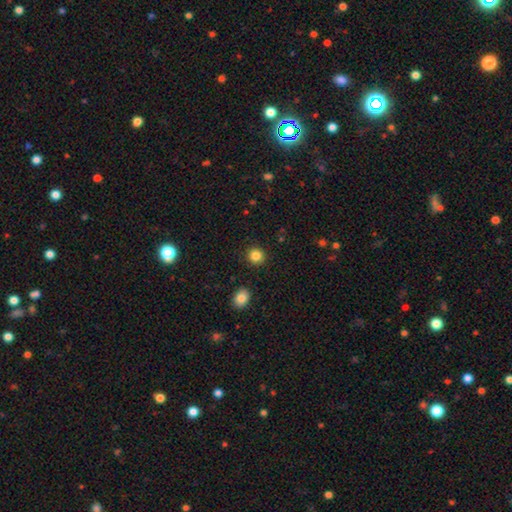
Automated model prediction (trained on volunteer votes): smooth 85%, star or artifact 11%, featured or disk 4%. Down the decision tree: how rounded — round (91%); merging — none (91%).